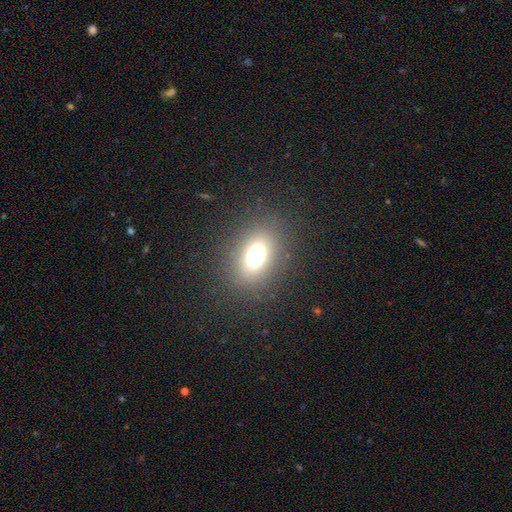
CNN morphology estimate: smooth_or_featured: smooth (p=0.68) [alt: star or artifact p=0.18]
how_rounded: in between (p=0.68) [alt: round p=0.29]
merging: none (p=0.84) [alt: minor disturbance p=0.09]